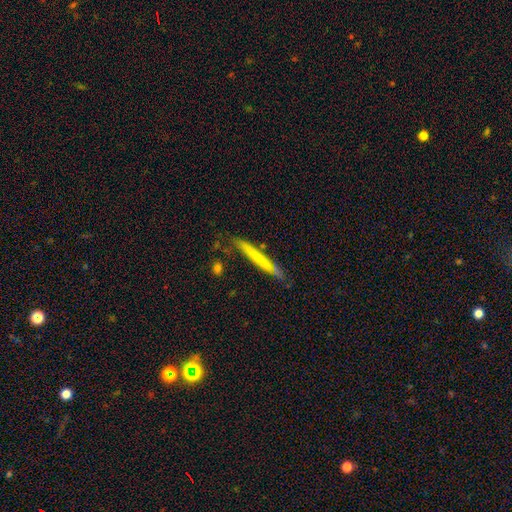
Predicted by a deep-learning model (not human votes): smooth_or_featured: smooth (p=0.60) [alt: featured or disk p=0.34]
how_rounded: cigar-shaped (p=0.96) [alt: in between p=0.02]
merging: none (p=0.75) [alt: minor disturbance p=0.18]